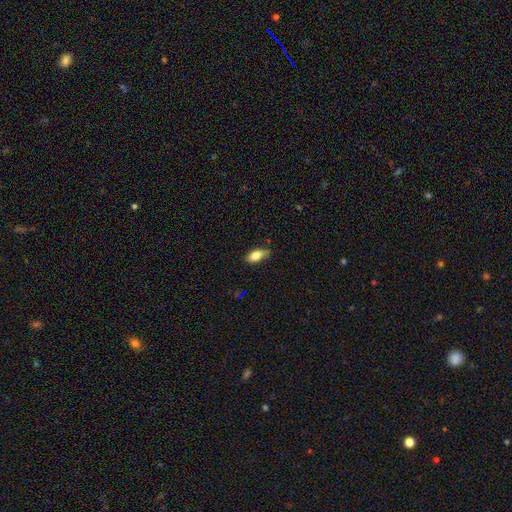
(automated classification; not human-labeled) This appears to be a smooth galaxy with no disk features (82%) that is in between round and cigar-shaped (81%). Merging: none (74%).